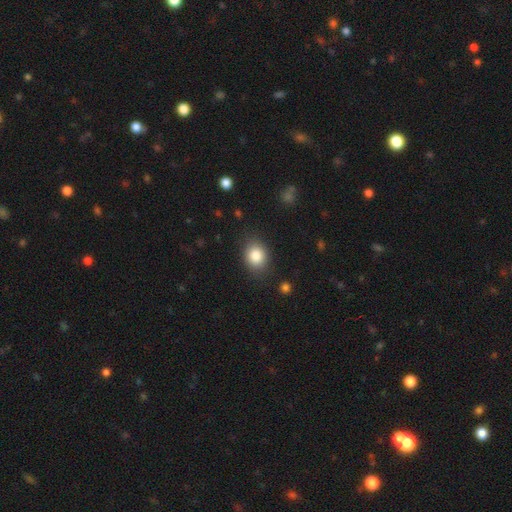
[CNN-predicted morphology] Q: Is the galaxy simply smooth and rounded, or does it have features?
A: smooth — 84%.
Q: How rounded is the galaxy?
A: round — 52%.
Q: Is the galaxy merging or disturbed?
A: none — 84%.